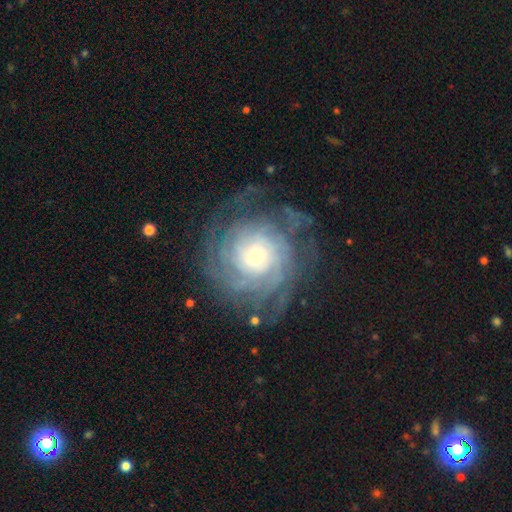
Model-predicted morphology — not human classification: A featured or disk galaxy (84%) with no bar (78%), tight (75%) spiral arms (95%) and a small central bulge (45%).

Vote fractions:
- Smooth or featured? featured or disk: 84% / smooth: 9% / star or artifact: 6%
- Edge-on disk? no: 97% / yes: 3%
- Bar? no: 78% / weak: 17% / strong: 4%
- Spiral arms? yes: 95% / no: 5%
- Spiral winding? tight: 75% / medium: 19% / loose: 6%
- Spiral arm count? can't tell: 36% / 4: 17% / more than 4: 17% / 3: 12% / 2: 10% / 1: 7%
- Bulge size? small: 45% / moderate: 41% / large: 10% / dominant: 2% / none: 1%
- Merging? none: 72% / minor disturbance: 15% / major disturbance: 12% / merger: 1%